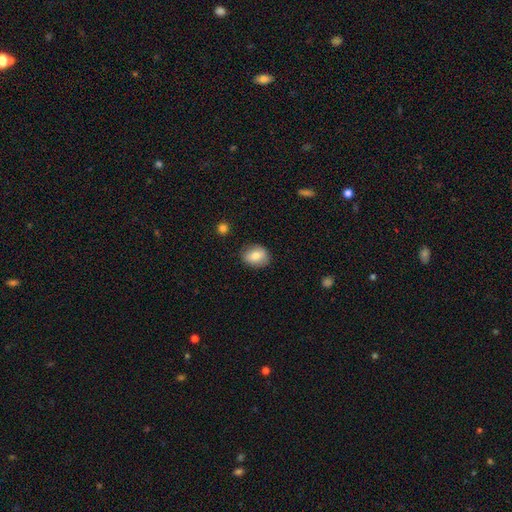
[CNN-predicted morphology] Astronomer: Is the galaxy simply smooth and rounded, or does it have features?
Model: smooth — 76%.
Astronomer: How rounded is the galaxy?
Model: in between — 54% (runner-up: round, 44%).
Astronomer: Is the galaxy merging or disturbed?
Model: none — 84%.